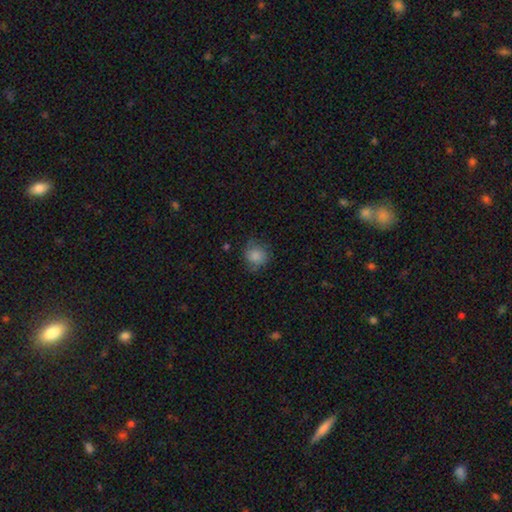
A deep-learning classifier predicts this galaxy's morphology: type=smooth (78%); roundness=round (81%); merging=none (65%).